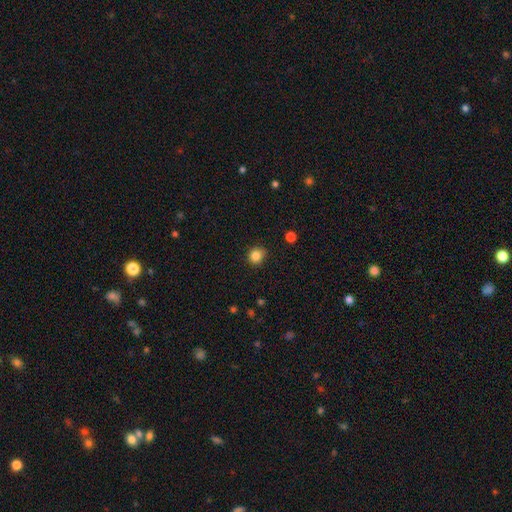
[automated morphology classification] Smooth or featured: smooth — 85% (star or artifact — 11%)
How rounded: round — 85% (in between — 14%)
Merging: none — 85% (minor disturbance — 11%)